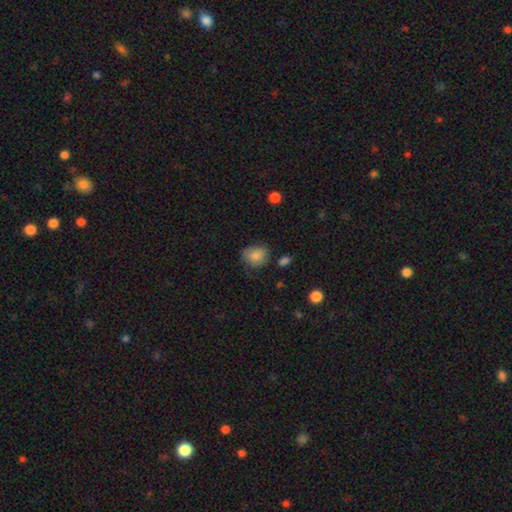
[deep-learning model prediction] Q: Smooth or featured?
A: smooth (81%); runner-up: featured or disk (10%)
Q: How rounded?
A: round (63%); runner-up: in between (36%)
Q: Merging?
A: none (64%); runner-up: minor disturbance (26%)